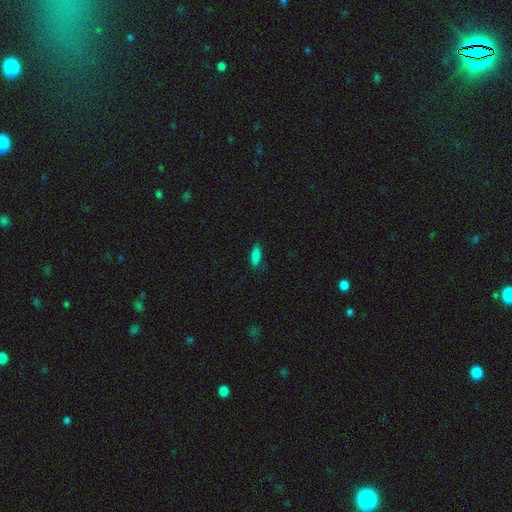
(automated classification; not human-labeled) A smooth galaxy with no disk features (84%) that is in between round and cigar-shaped (56%). Merging: none (84%).